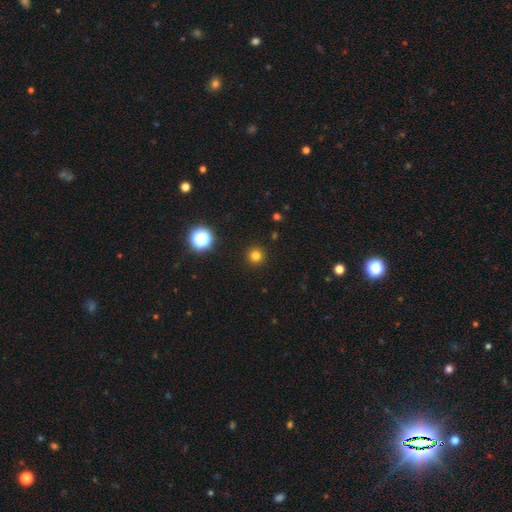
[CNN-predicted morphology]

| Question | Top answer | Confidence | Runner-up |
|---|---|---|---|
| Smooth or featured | smooth | 79% | star or artifact (17%) |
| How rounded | round | 96% | in between (3%) |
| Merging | none | 93% | minor disturbance (4%) |